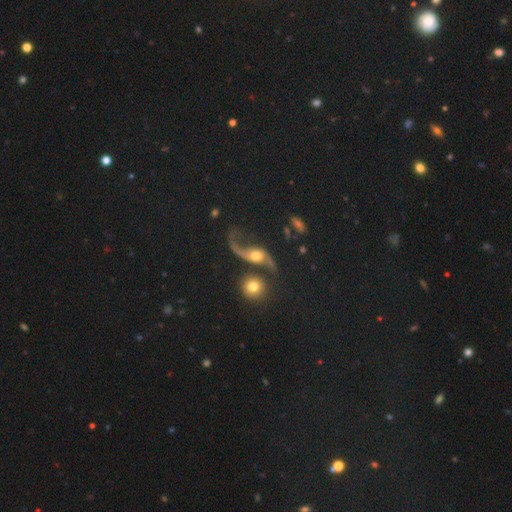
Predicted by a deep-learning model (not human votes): The model was most divided on "merging": none: 46%, major disturbance: 25%, minor disturbance: 16%, merger: 14%. More confident: edge-on disk — no (94%); spiral arms — yes (93%); spiral winding — loose (90%); spiral arm count — 2 (84%); smooth or featured — featured or disk (83%); bulge size — moderate (62%); bar — no (61%).